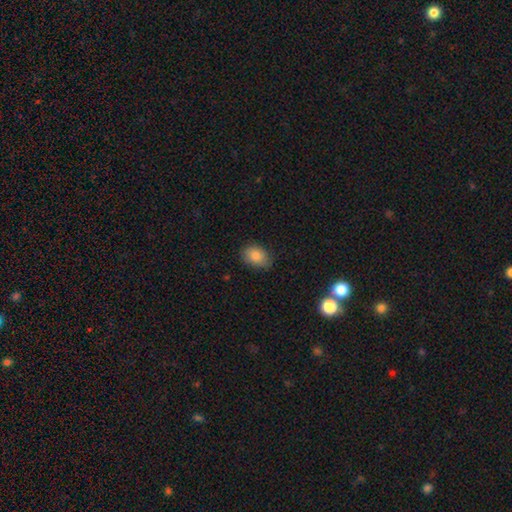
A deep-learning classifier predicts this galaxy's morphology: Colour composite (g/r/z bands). It shows a smooth galaxy with no disk features (86%) that is in between round and cigar-shaped (79%). Merging: none (79%).